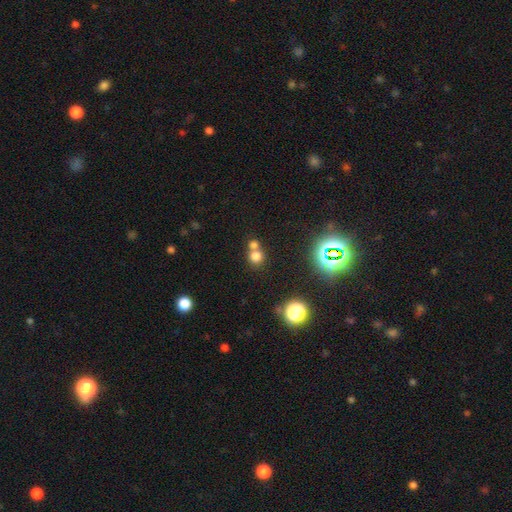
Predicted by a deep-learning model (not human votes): Overall: smooth (72%). How rounded: round (85%). Merging: merger (46%; none 45%).